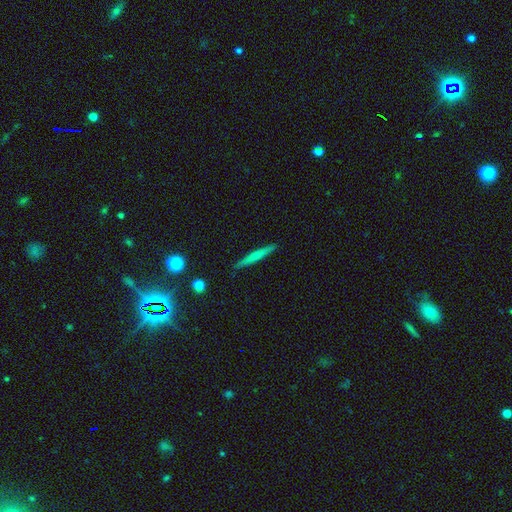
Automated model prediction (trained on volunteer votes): This appears to be a smooth galaxy with no disk features (58%) that is cigar-shaped (95%). Merging: none (90%).